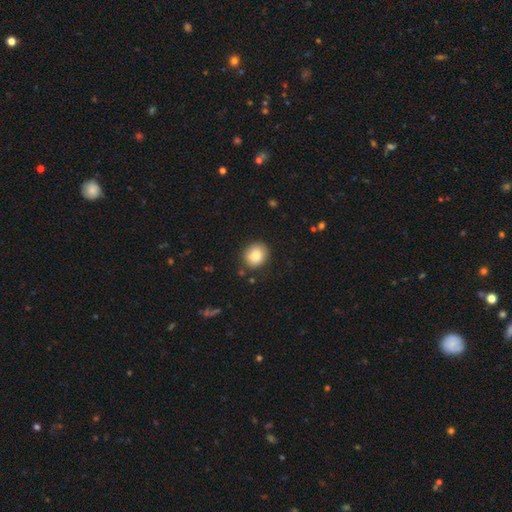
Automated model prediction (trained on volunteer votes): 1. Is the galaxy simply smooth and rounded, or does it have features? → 86% smooth, 8% star or artifact, 6% featured or disk.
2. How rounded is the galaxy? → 79% round, 20% in between, 1% cigar-shaped.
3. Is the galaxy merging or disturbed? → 85% none, 11% minor disturbance, 3% major disturbance, 2% merger.